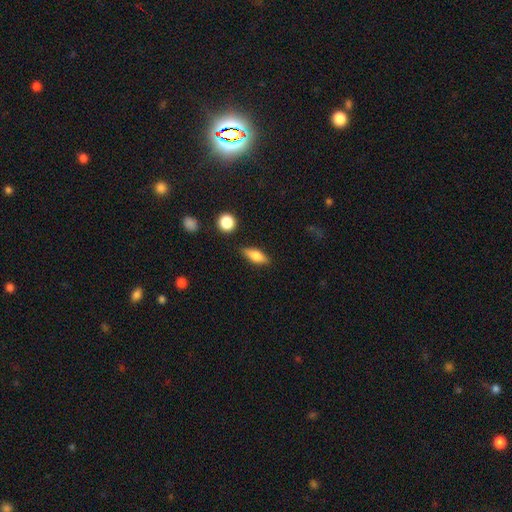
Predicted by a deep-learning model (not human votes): Smooth or featured? smooth (68%)
How rounded? in between (68%)
Merging? none (82%)